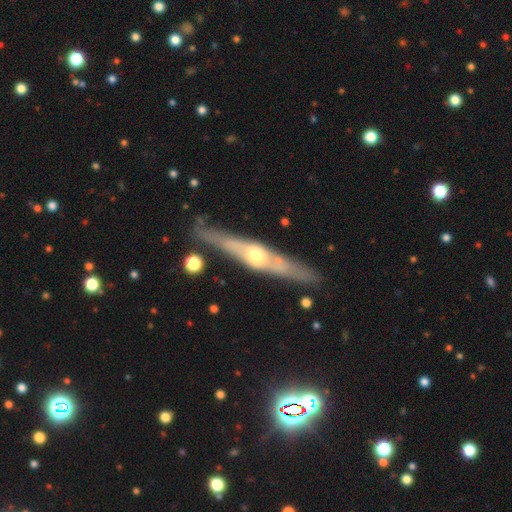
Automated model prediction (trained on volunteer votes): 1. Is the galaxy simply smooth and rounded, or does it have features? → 71% featured or disk, 23% smooth, 5% star or artifact.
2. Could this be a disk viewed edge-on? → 85% yes, 15% no.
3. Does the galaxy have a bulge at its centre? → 85% rounded, 9% none, 5% boxy.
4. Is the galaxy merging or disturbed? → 79% none, 13% minor disturbance, 4% merger, 3% major disturbance.